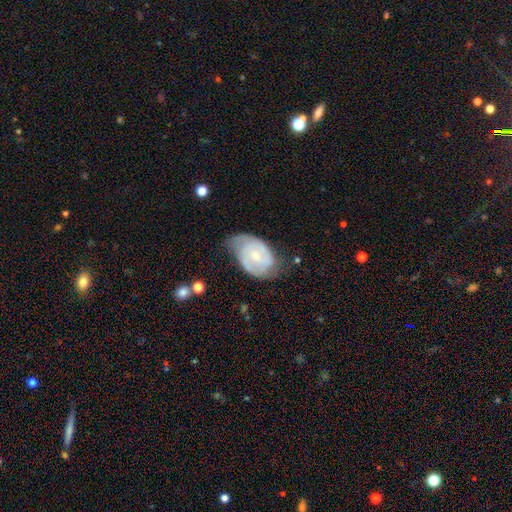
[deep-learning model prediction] Morphology: type=featured or disk (73%); edge-on=no (97%); bar=no (60%); spiral arms=yes (89%); winding=tight (51%); arm count=2 (63%); bulge=small (60%); merging=none (50%).